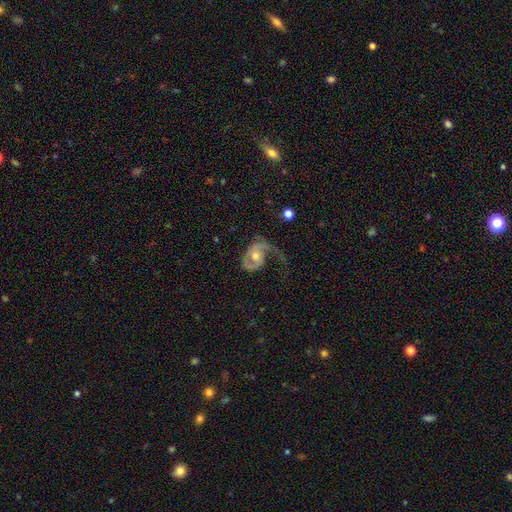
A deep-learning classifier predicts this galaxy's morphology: Smooth or featured? Predicted: featured or disk (p=0.84). Edge-on disk? Predicted: no (p=0.97). Bar? Predicted: no (p=0.61). Spiral arms? Predicted: yes (p=0.93). Spiral winding? Predicted: loose (p=0.44). Spiral arm count? Predicted: 2 (p=0.57). Bulge size? Predicted: moderate (p=0.66). Merging? Predicted: major disturbance (p=0.40).